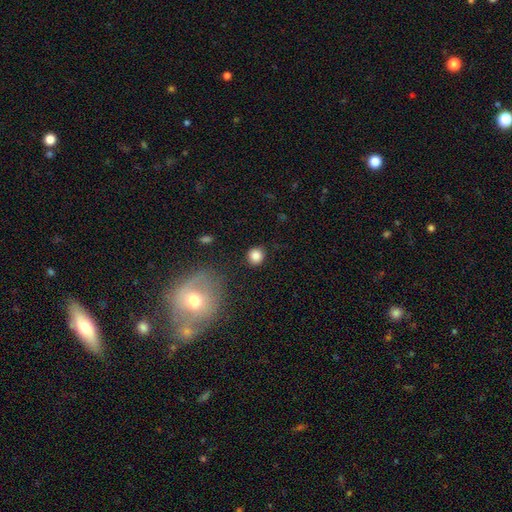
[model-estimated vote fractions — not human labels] A smooth galaxy with no disk features (85%) that is round (89%).

Vote fractions:
- Smooth or featured? smooth: 85% / star or artifact: 10% / featured or disk: 5%
- How rounded? round: 89% / in between: 10% / cigar-shaped: 1%
- Merging? none: 87% / minor disturbance: 8% / major disturbance: 3% / merger: 2%